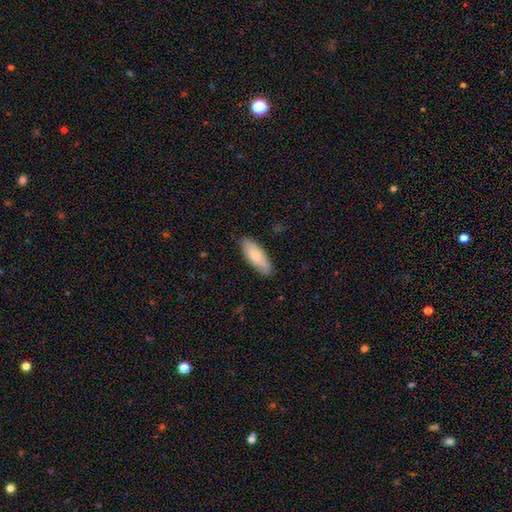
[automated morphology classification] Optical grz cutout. It shows a smooth galaxy with no disk features (77%) that is in between round and cigar-shaped (71%). Merging: none (85%).